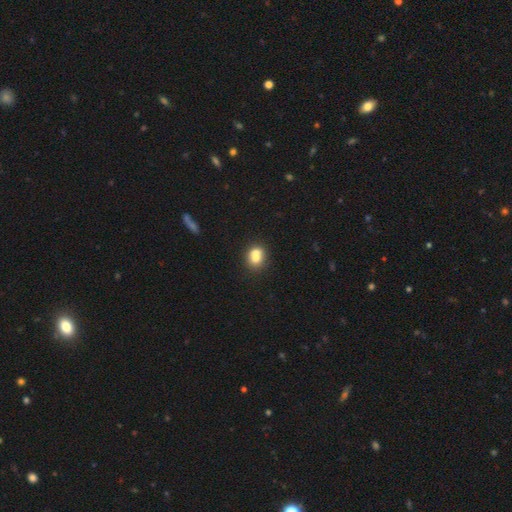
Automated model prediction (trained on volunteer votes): smooth-or-featured: smooth: 70% | featured or disk: 20% | star or artifact: 11%
  how-rounded: round: 68% | in between: 30% | cigar-shaped: 1%
  merging: merger: 53% | none: 35% | minor disturbance: 9% | major disturbance: 3%